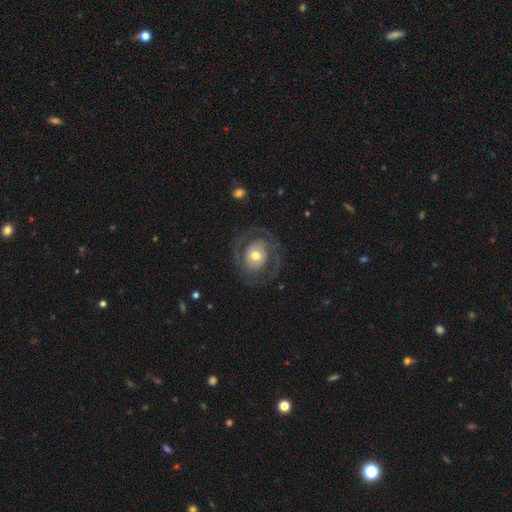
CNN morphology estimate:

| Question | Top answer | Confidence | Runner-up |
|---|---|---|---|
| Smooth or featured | featured or disk | 72% | smooth (22%) |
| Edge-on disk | no | 97% | yes (3%) |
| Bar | no | 66% | weak (25%) |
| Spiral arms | yes | 73% | no (27%) |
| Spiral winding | tight | 43% | medium (41%) |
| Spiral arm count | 2 | 74% | can't tell (13%) |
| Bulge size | moderate | 68% | small (18%) |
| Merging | none | 73% | major disturbance (13%) |